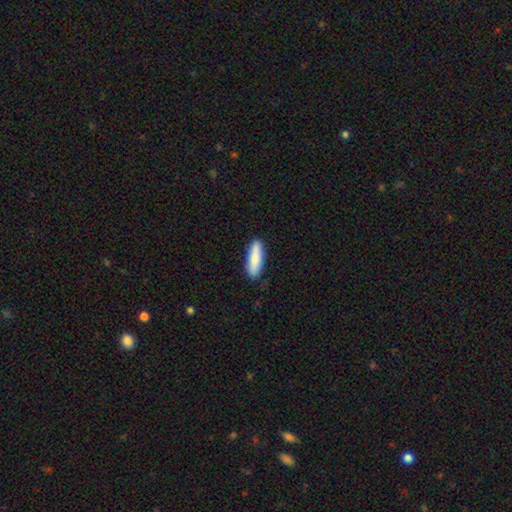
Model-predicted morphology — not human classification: Overall: smooth (82%). How rounded: cigar-shaped (69%; in between 30%). Merging: none (88%).